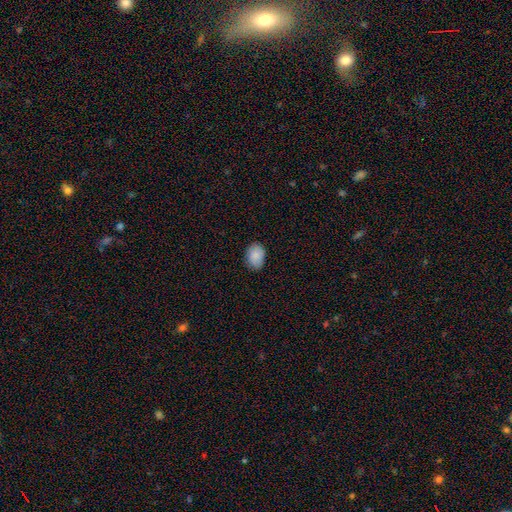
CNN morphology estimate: The model was most divided on "how rounded": in between: 74%, round: 25%, cigar-shaped: 1%. More confident: smooth or featured — smooth (88%); merging — none (84%).